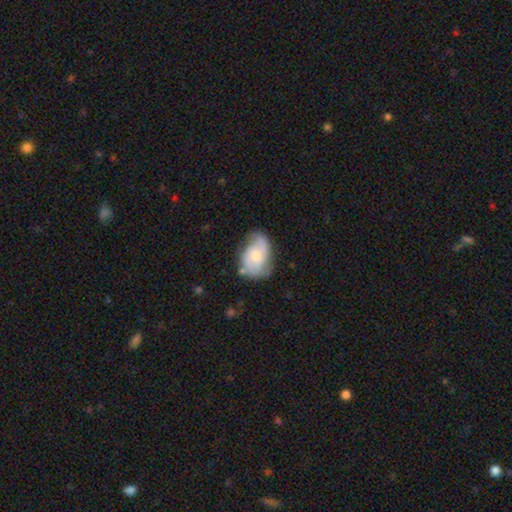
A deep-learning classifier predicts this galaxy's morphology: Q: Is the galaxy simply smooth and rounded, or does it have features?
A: featured or disk — 62%.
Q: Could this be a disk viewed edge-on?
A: no — 96%.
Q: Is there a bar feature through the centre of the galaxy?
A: no — 67%.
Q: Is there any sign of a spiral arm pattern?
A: yes — 88%.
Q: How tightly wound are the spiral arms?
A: medium — 45%.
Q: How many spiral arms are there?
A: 2 — 79%.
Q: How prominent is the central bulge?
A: small — 51%.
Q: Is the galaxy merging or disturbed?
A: none — 61%.